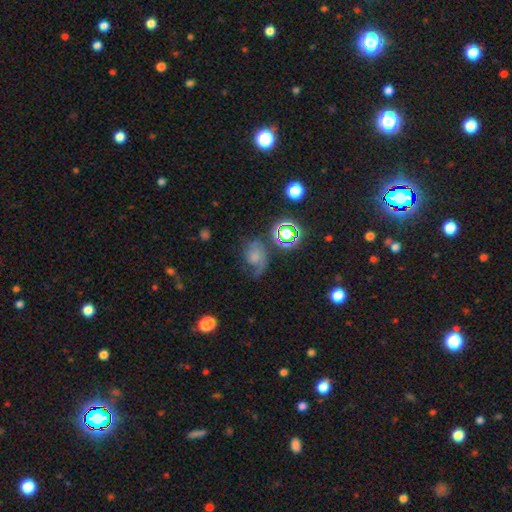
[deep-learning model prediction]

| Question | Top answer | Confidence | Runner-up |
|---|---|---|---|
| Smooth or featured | featured or disk | 44% | smooth (37%) |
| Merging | none | 43% | major disturbance (28%) |